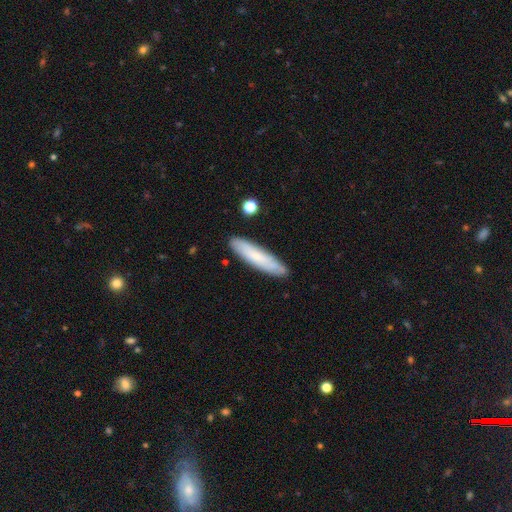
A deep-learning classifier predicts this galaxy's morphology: smooth_or_featured: smooth (p=0.71) [alt: featured or disk p=0.23]
how_rounded: cigar-shaped (p=0.82) [alt: in between p=0.16]
merging: none (p=0.86) [alt: minor disturbance p=0.10]